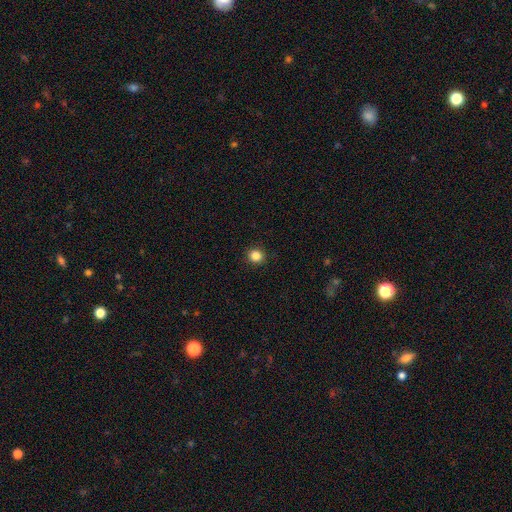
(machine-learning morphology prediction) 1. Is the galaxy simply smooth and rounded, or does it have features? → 85% smooth, 11% star or artifact, 4% featured or disk.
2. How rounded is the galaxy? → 89% round, 10% in between, 1% cigar-shaped.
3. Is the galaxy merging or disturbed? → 92% none, 6% minor disturbance, 2% major disturbance, 1% merger.